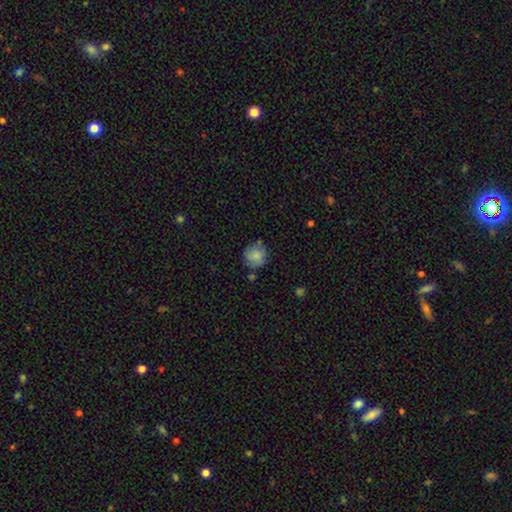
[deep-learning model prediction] This is clearly a smooth galaxy (83%). How rounded: clearly round (90%). Merging: likely none (71%).